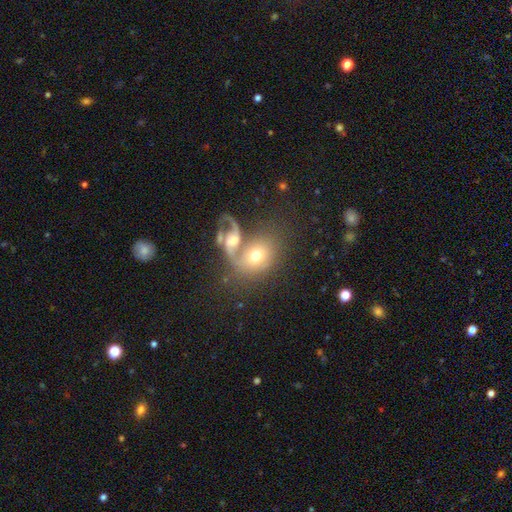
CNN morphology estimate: smooth_or_featured: smooth (p=0.45) [alt: featured or disk p=0.44]
merging: merger (p=0.56) [alt: none p=0.25]